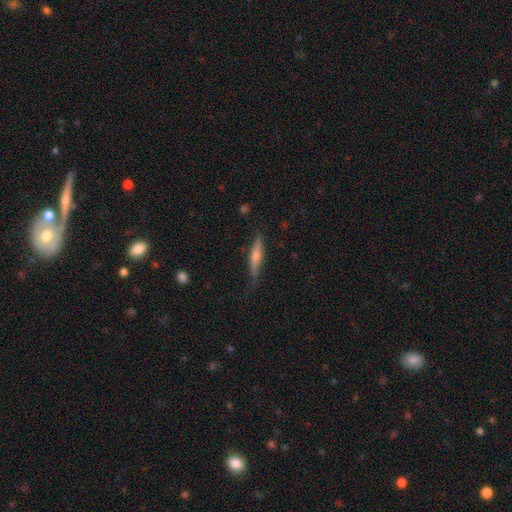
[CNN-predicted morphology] Overall: featured or disk (54%; smooth 39%). Edge-on disk: yes (95%). Edge-on bulge: rounded (79%). Merging: none (80%).